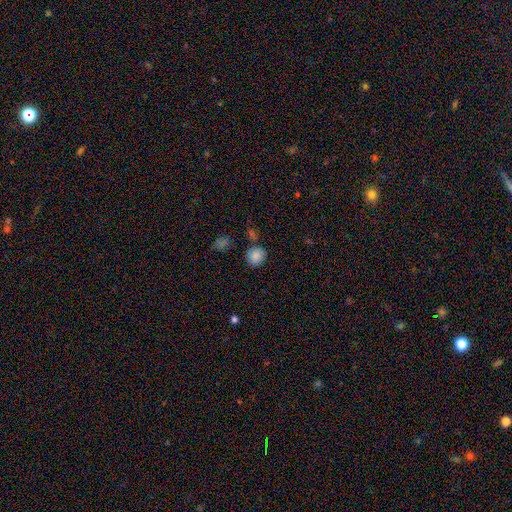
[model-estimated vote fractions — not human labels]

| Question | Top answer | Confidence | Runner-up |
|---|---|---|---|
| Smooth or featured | smooth | 86% | star or artifact (10%) |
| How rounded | round | 83% | in between (16%) |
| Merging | none | 77% | minor disturbance (12%) |